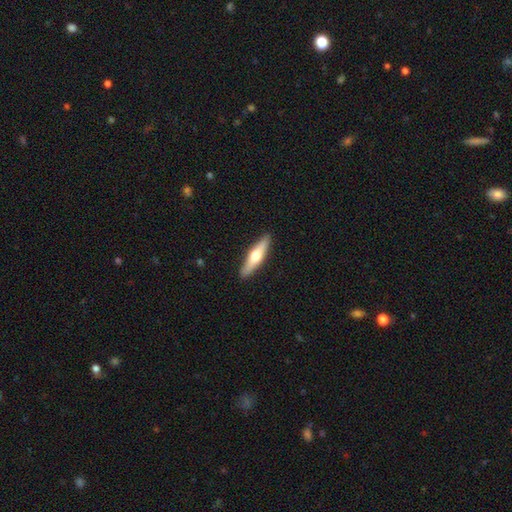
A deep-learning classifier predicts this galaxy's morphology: featured or disk 51%, smooth 44%, star or artifact 5%. Down the decision tree: edge-on disk — yes (93%); merging — none (90%).